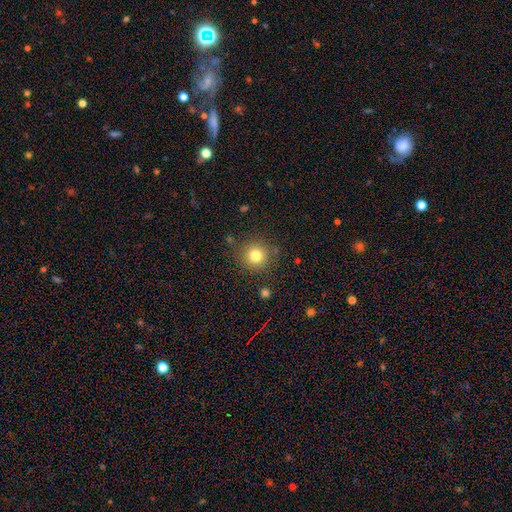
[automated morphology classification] smooth-or-featured: smooth: 79% | star or artifact: 13% | featured or disk: 8%
  how-rounded: round: 94% | in between: 5% | cigar-shaped: 1%
  merging: none: 86% | minor disturbance: 8% | major disturbance: 3% | merger: 3%